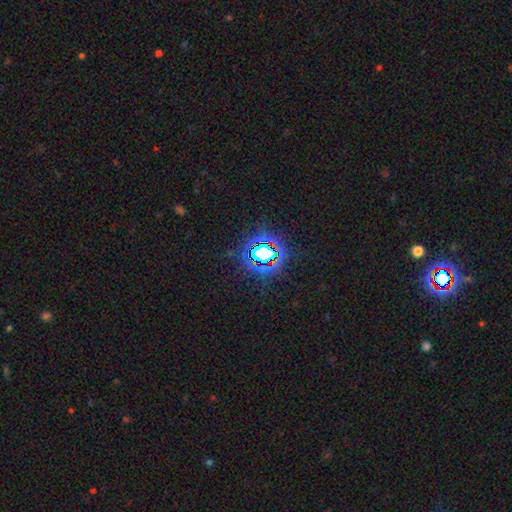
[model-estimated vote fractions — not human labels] Smooth or featured?
  - star or artifact: 78% *
  - smooth: 14%
  - featured or disk: 8%